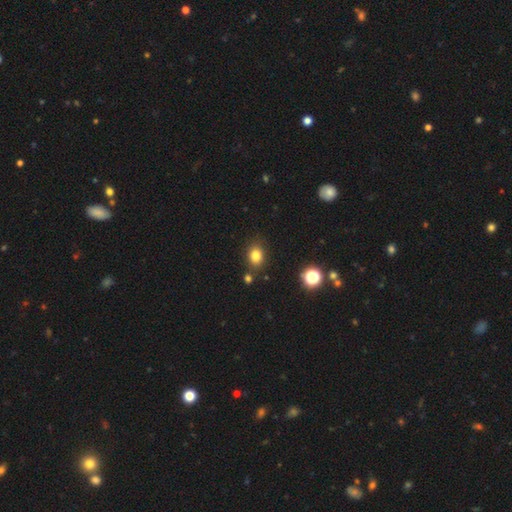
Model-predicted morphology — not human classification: Smooth or featured? Predicted: smooth (p=0.81). How rounded? Predicted: in between (p=0.57). Merging? Predicted: none (p=0.79).